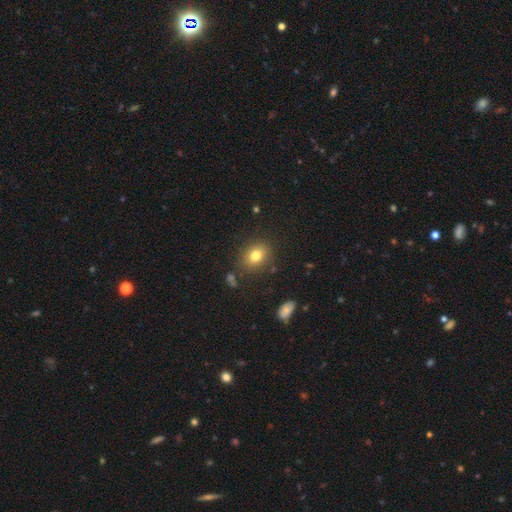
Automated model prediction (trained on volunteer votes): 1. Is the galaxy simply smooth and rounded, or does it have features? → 79% smooth, 12% star or artifact, 9% featured or disk.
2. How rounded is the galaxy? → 55% round, 44% in between, 1% cigar-shaped.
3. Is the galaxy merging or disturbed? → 84% none, 10% minor disturbance, 3% major disturbance, 3% merger.